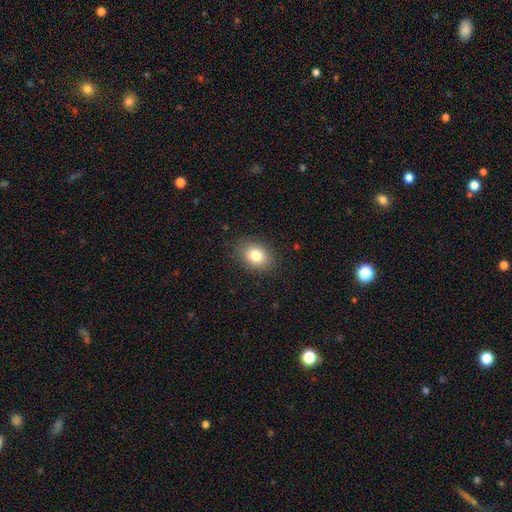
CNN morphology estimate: type=smooth (81%); roundness=in between (72%); merging=none (86%).